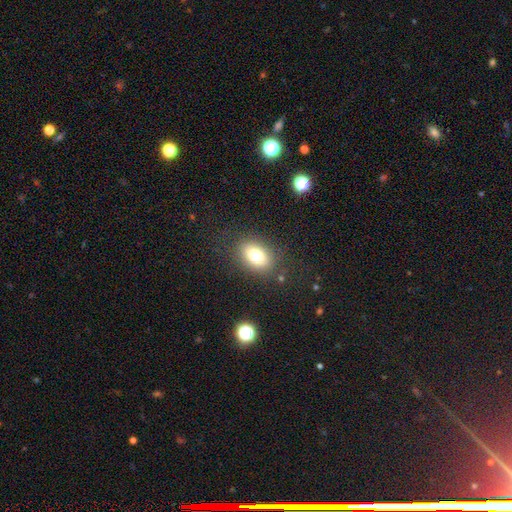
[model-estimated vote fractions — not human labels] Q: Smooth or featured?
A: smooth (76%); runner-up: featured or disk (13%)
Q: How rounded?
A: in between (76%); runner-up: round (22%)
Q: Merging?
A: none (82%); runner-up: minor disturbance (11%)